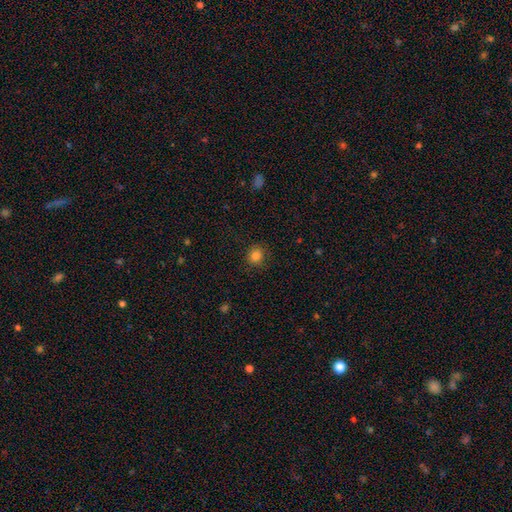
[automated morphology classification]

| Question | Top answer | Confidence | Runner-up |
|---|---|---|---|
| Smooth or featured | smooth | 84% | star or artifact (12%) |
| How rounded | round | 82% | in between (17%) |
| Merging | none | 87% | minor disturbance (9%) |